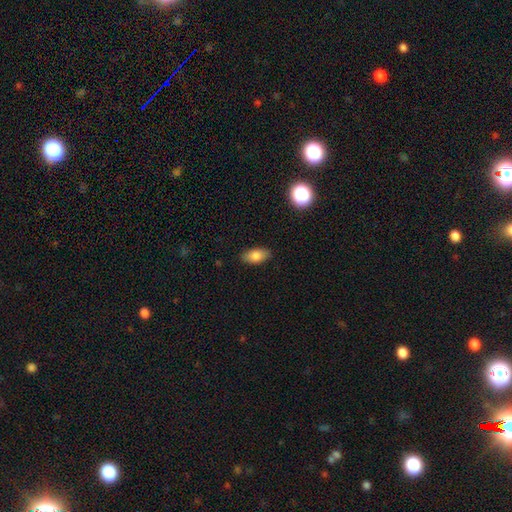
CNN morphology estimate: The model was most divided on "smooth or featured": smooth: 81%, featured or disk: 11%, star or artifact: 8%. More confident: how rounded — in between (91%); merging — none (88%).